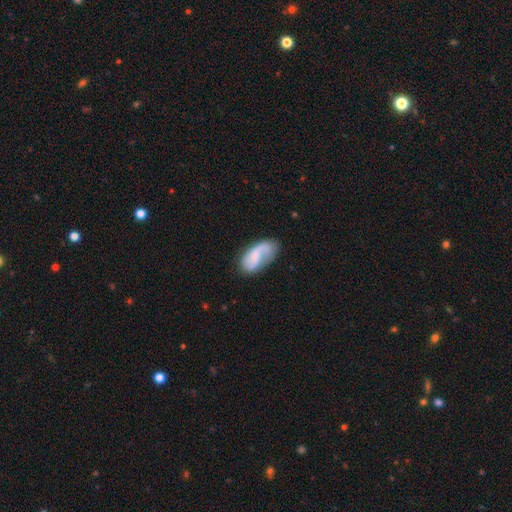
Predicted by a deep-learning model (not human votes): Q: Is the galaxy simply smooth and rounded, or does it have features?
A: smooth — 48%.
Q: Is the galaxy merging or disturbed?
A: none — 55%.